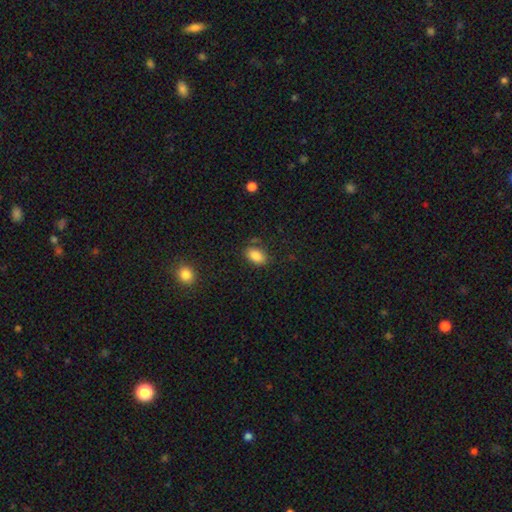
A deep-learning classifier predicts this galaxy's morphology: smooth-or-featured: smooth: 85% | star or artifact: 9% | featured or disk: 6%
  how-rounded: in between: 87% | round: 12% | cigar-shaped: 2%
  merging: none: 79% | minor disturbance: 13% | merger: 4% | major disturbance: 4%